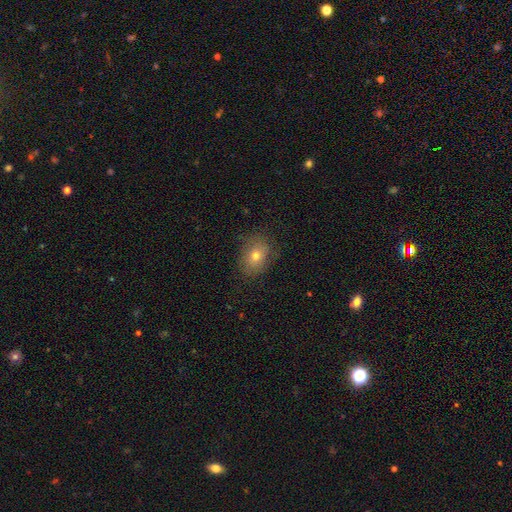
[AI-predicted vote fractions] smooth 70%, featured or disk 19%, star or artifact 12%. Down the decision tree: how rounded — in between (62%); merging — none (78%).